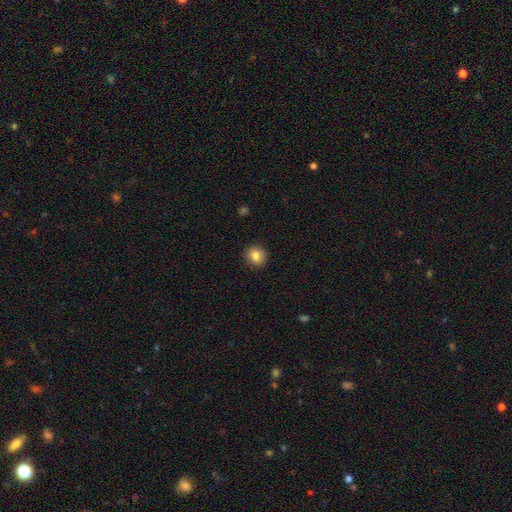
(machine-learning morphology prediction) Smooth or featured? smooth (83%)
How rounded? round (88%)
Merging? none (91%)